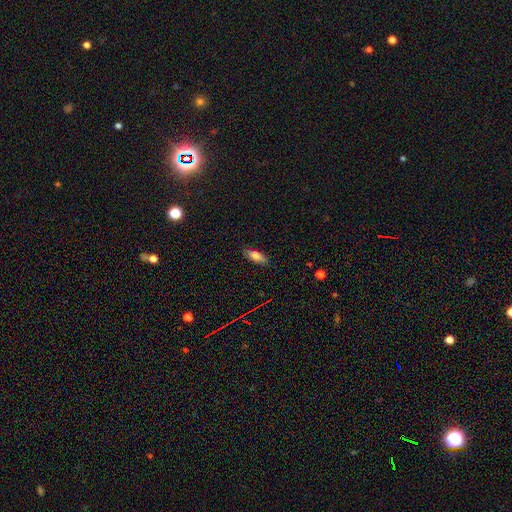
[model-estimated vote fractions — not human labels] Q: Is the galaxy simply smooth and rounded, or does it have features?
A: smooth — 78%.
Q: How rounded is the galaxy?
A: in between — 77%.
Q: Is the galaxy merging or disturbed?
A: none — 85%.